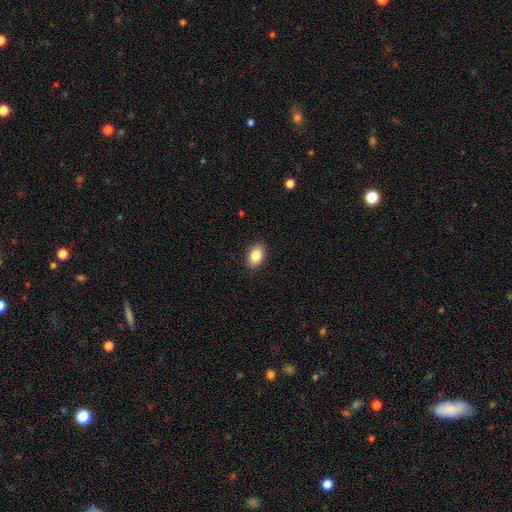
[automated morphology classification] smooth-or-featured: smooth: 85% | star or artifact: 8% | featured or disk: 7%
  how-rounded: in between: 85% | round: 13% | cigar-shaped: 1%
  merging: none: 89% | minor disturbance: 8% | major disturbance: 2% | merger: 1%